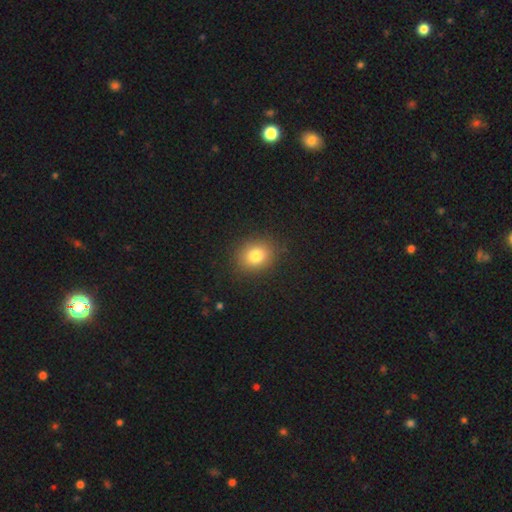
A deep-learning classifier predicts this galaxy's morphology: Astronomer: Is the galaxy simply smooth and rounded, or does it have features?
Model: smooth — 80%.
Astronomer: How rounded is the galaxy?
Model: round — 62%.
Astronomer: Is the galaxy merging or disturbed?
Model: none — 88%.